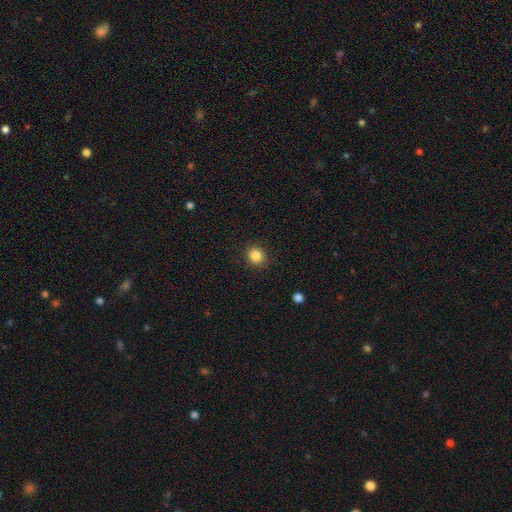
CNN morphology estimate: Smooth or featured? Predicted: smooth (p=0.85). How rounded? Predicted: round (p=0.83). Merging? Predicted: none (p=0.90).